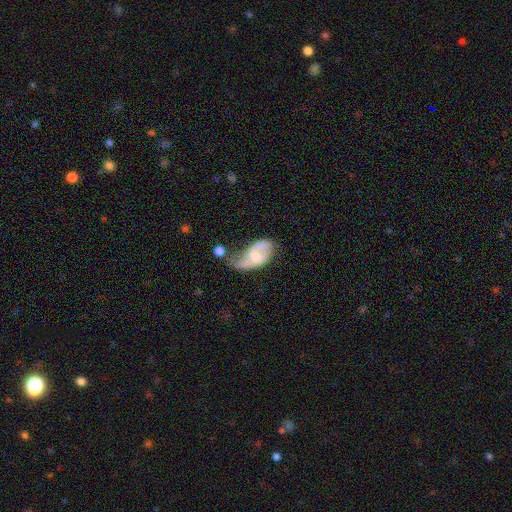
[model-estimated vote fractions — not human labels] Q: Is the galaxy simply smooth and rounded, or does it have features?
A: featured or disk — 64%.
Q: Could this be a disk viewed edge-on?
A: no — 97%.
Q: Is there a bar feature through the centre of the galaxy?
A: no — 45%.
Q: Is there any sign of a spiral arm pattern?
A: yes — 85%.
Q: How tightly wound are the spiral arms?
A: loose — 52%.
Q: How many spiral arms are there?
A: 2 — 73%.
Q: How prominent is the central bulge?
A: small — 34%.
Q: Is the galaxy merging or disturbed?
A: major disturbance — 30%.